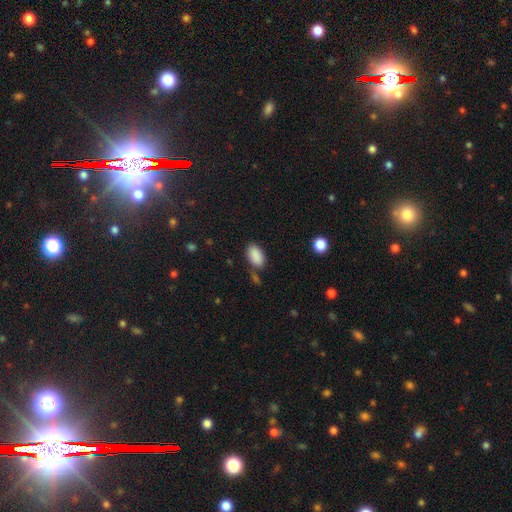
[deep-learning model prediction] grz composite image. It shows a smooth galaxy with no disk features (89%) that is in between round and cigar-shaped (94%). Merging: none (73%).